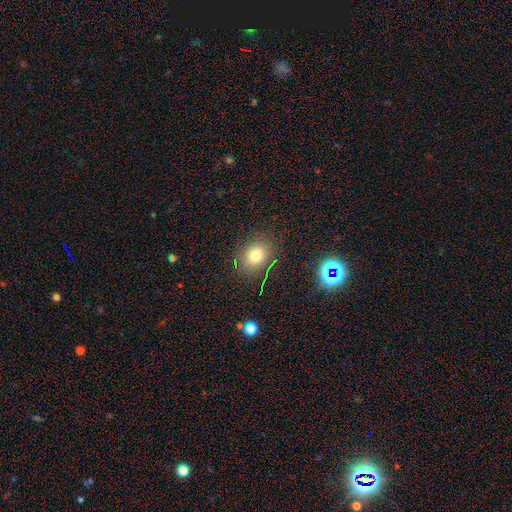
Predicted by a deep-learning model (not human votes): Smooth or featured: smooth — 74% (star or artifact — 17%)
How rounded: round — 57% (in between — 42%)
Merging: none — 85% (minor disturbance — 10%)